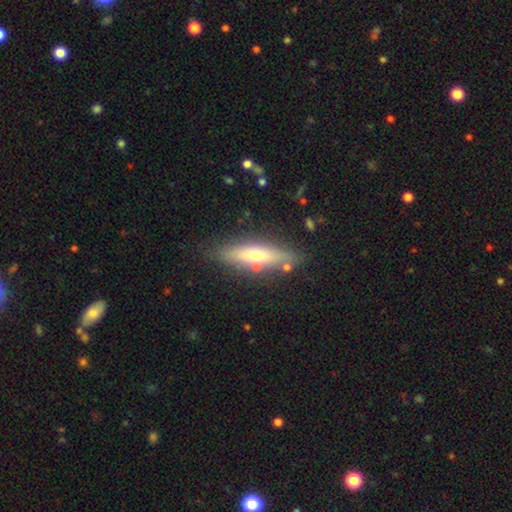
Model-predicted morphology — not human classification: A smooth galaxy with no disk features (48%).

Vote fractions:
- Smooth or featured? smooth: 48% / featured or disk: 45% / star or artifact: 7%
- Merging? none: 80% / minor disturbance: 12% / merger: 5% / major disturbance: 3%